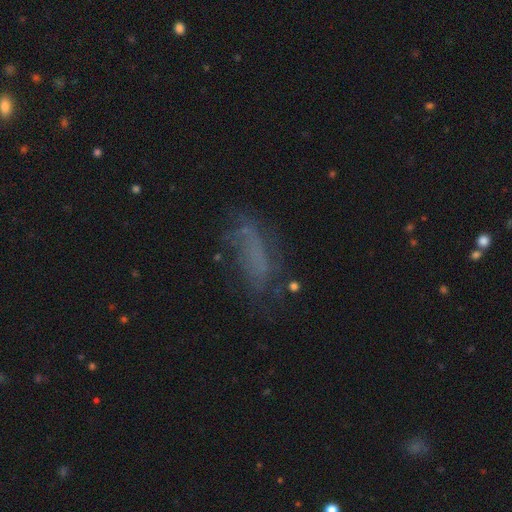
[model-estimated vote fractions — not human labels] Smooth or featured: smooth — 51% (featured or disk — 30%)
How rounded: in between — 57% (cigar-shaped — 40%)
Merging: none — 54% (minor disturbance — 24%)